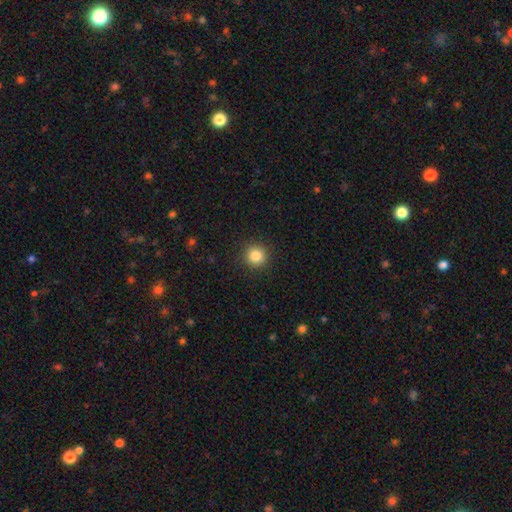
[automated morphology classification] This is clearly a smooth galaxy (83%). How rounded: clearly round (94%). Merging: clearly none (92%).